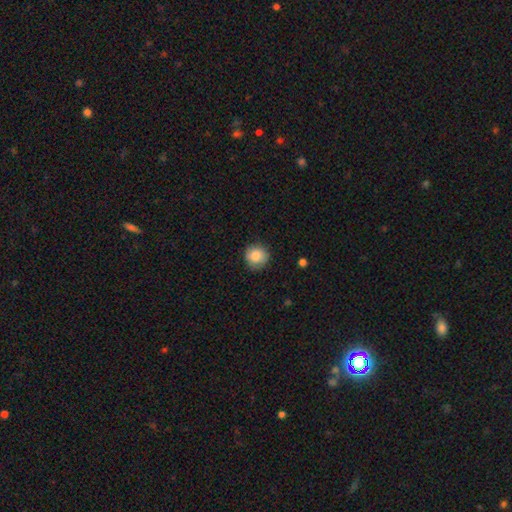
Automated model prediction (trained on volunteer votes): Overall: smooth (83%). How rounded: round (92%). Merging: none (85%).